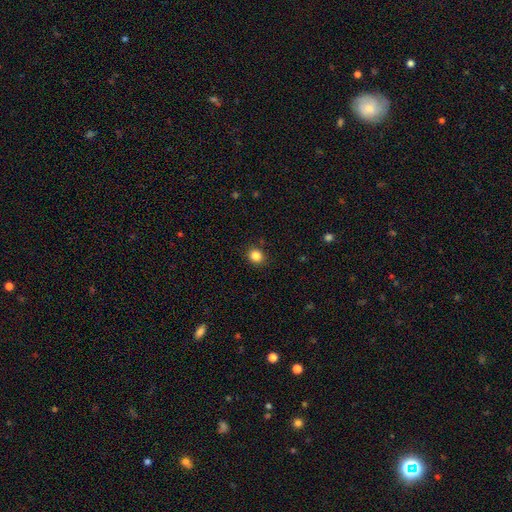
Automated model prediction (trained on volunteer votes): Smooth or featured?
  - smooth: 84% *
  - star or artifact: 11%
  - featured or disk: 4%
How rounded?
  - round: 78% *
  - in between: 22%
  - cigar-shaped: 1%
Merging?
  - none: 89% *
  - minor disturbance: 7%
  - major disturbance: 2%
  - merger: 1%